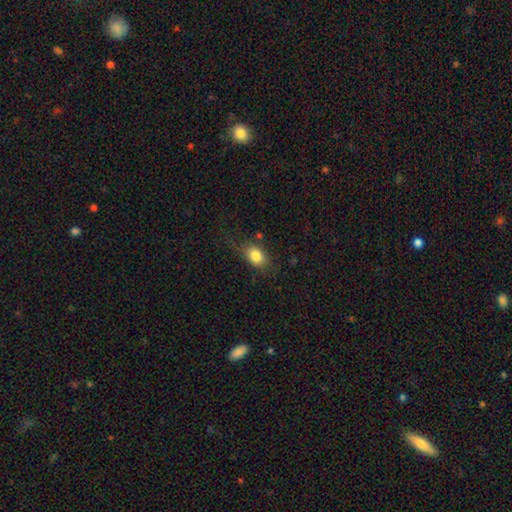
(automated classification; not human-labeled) Smooth or featured? smooth (83%)
How rounded? in between (74%)
Merging? none (70%)